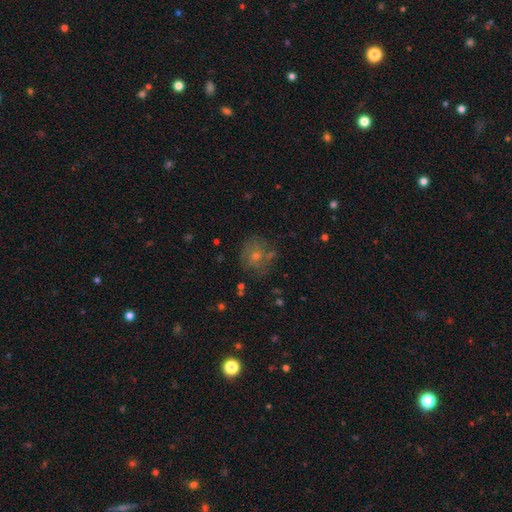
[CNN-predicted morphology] This is marginally a smooth galaxy (39%). Merging: likely none (71%).